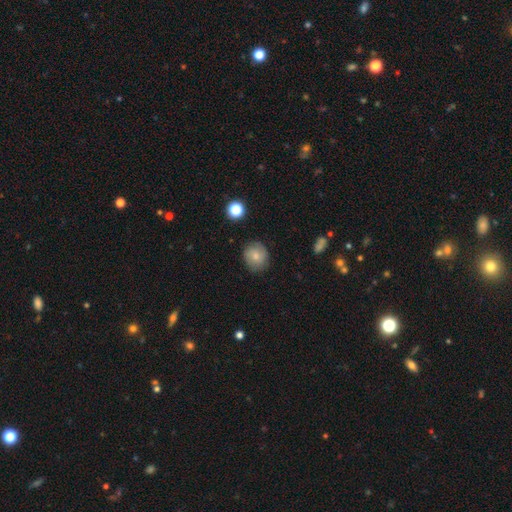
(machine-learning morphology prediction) A smooth galaxy with no disk features (74%) that is round (84%). Merging: none (83%).